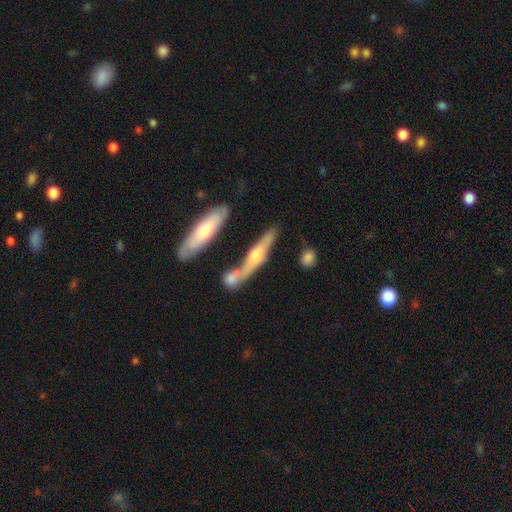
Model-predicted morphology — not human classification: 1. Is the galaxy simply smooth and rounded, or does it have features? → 62% featured or disk, 31% smooth, 7% star or artifact.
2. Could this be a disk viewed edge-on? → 81% yes, 19% no.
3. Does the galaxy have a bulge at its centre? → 87% rounded, 7% none, 6% boxy.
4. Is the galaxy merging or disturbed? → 50% none, 29% merger, 14% minor disturbance, 6% major disturbance.